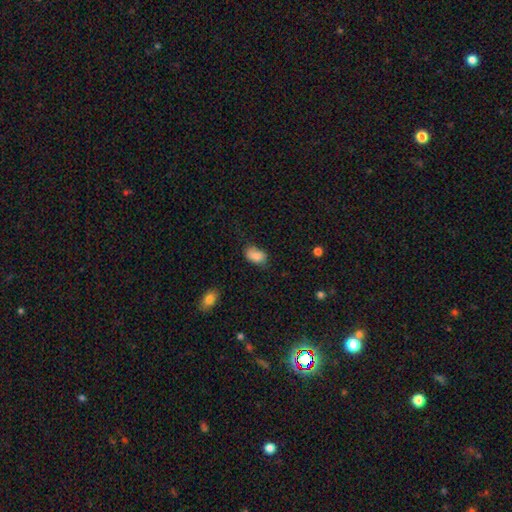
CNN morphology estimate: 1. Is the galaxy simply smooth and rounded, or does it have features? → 84% smooth, 9% star or artifact, 7% featured or disk.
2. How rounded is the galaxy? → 89% in between, 10% round, 2% cigar-shaped.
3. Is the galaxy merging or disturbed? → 60% none, 28% minor disturbance, 7% major disturbance, 4% merger.